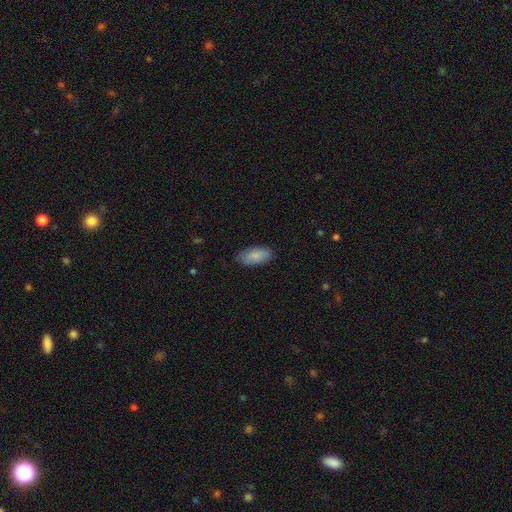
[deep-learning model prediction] Smooth or featured? smooth (87%)
How rounded? in between (90%)
Merging? none (81%)